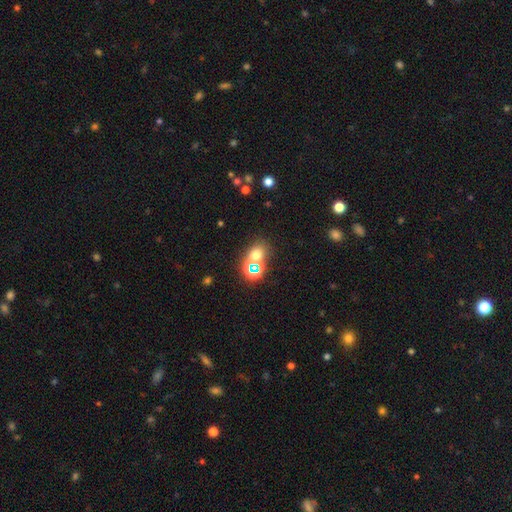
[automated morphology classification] type=smooth (57%); roundness=round (52%); merging=none (61%).